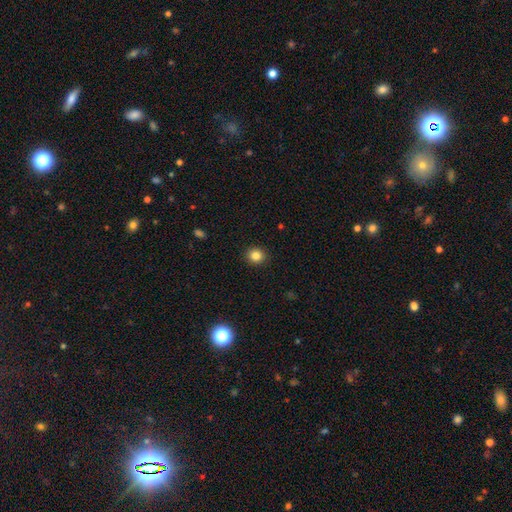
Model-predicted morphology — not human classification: smooth-or-featured: smooth: 84% | star or artifact: 11% | featured or disk: 5%
  how-rounded: round: 83% | in between: 16% | cigar-shaped: 1%
  merging: none: 92% | minor disturbance: 6% | major disturbance: 2% | merger: 1%